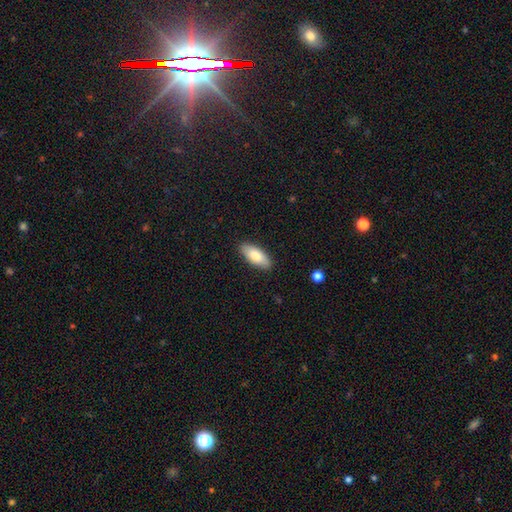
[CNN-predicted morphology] This is clearly a smooth galaxy (84%). How rounded: clearly in between (83%). Merging: clearly none (89%).